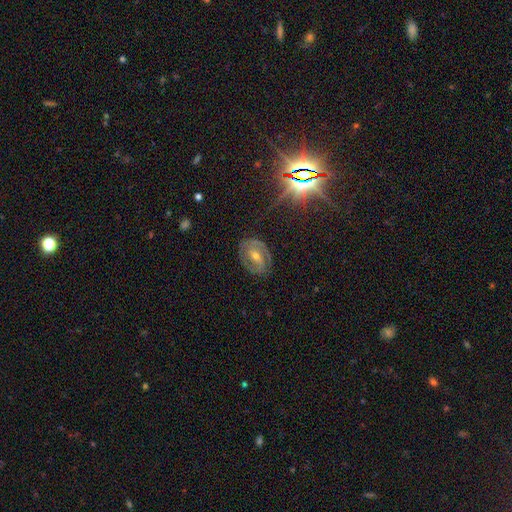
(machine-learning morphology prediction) Q: Smooth or featured?
A: featured or disk (77%); runner-up: star or artifact (12%)
Q: Edge-on disk?
A: no (96%); runner-up: yes (4%)
Q: Bar?
A: weak (40%); runner-up: strong (34%)
Q: Spiral arms?
A: yes (90%); runner-up: no (10%)
Q: Spiral winding?
A: tight (48%); runner-up: medium (41%)
Q: Spiral arm count?
A: 2 (81%); runner-up: can't tell (10%)
Q: Bulge size?
A: moderate (50%); runner-up: small (46%)
Q: Merging?
A: none (79%); runner-up: minor disturbance (14%)